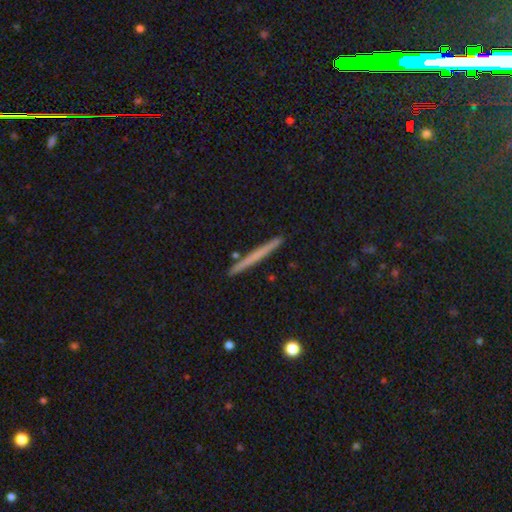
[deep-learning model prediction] This is possibly a smooth galaxy (55%). How rounded: clearly cigar-shaped (97%). Merging: clearly none (92%).